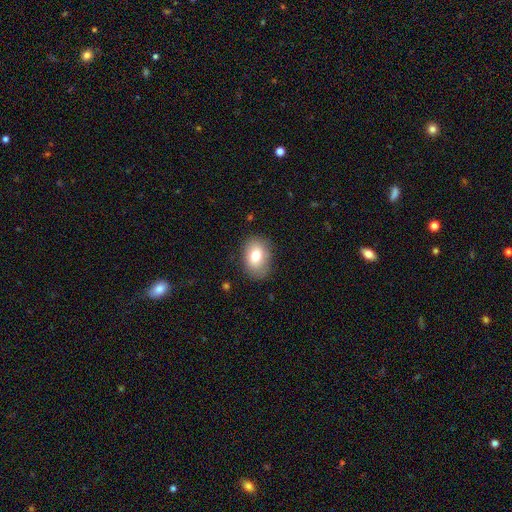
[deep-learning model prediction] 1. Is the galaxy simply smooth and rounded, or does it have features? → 77% smooth, 15% featured or disk, 8% star or artifact.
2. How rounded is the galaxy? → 76% in between, 23% round, 1% cigar-shaped.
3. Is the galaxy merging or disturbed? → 80% none, 15% minor disturbance, 4% major disturbance, 1% merger.